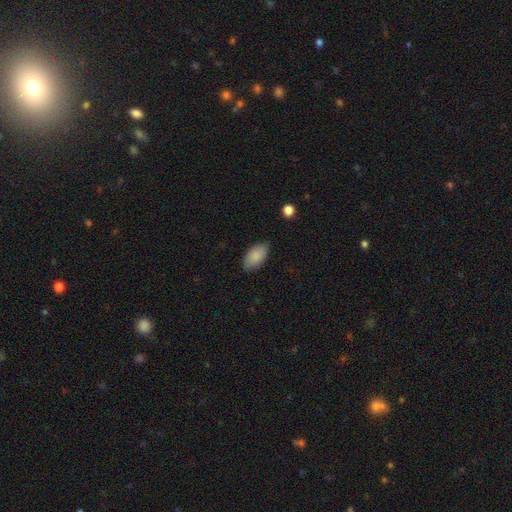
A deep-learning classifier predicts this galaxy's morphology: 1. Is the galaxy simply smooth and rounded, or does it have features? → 88% smooth, 6% star or artifact, 6% featured or disk.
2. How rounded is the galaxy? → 94% in between, 3% round, 2% cigar-shaped.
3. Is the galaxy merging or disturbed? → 83% none, 13% minor disturbance, 3% major disturbance, 1% merger.